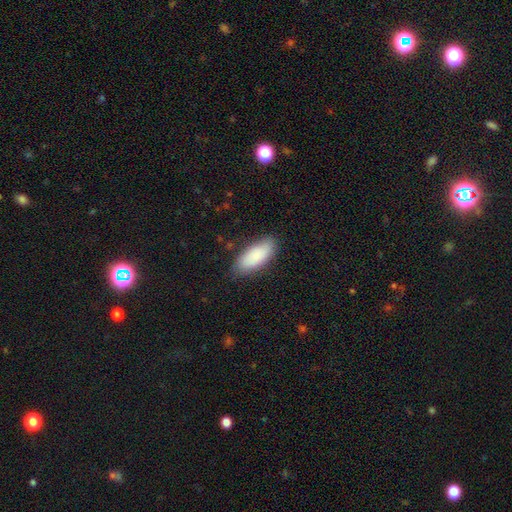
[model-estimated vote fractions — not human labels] A smooth galaxy with no disk features (86%) that is in between round and cigar-shaped (81%). Merging: none (79%).